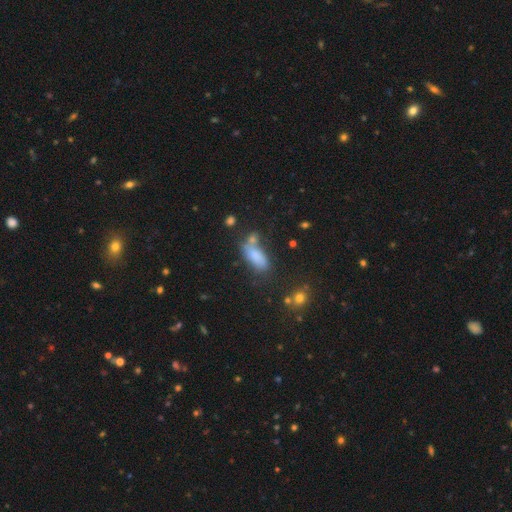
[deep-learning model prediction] Smooth or featured?
  - smooth: 78% *
  - featured or disk: 11%
  - star or artifact: 11%
How rounded?
  - in between: 83% *
  - cigar-shaped: 13%
  - round: 4%
Merging?
  - none: 44% *
  - merger: 23%
  - minor disturbance: 21%
  - major disturbance: 12%